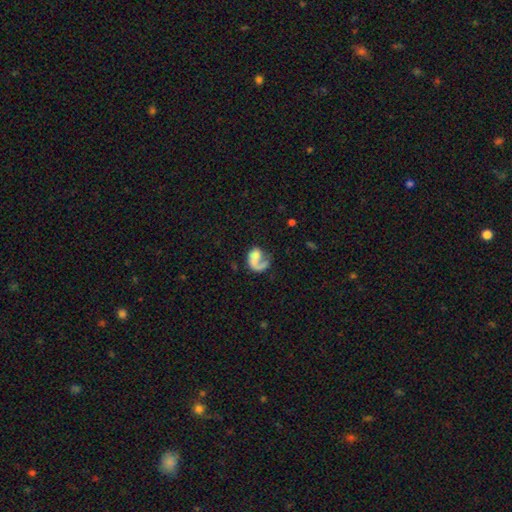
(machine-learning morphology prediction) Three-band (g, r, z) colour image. It shows a featured or disk galaxy (57%) with no bar (81%), spiral arms (71%) and no central bulge (45%). Merging: major disturbance (40%).